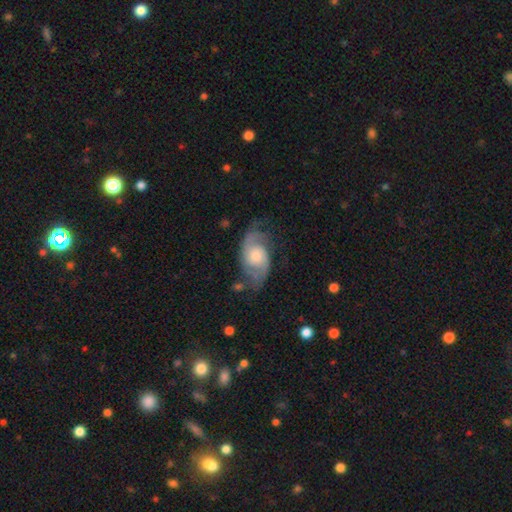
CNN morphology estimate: Smooth or featured? featured or disk (81%)
Edge-on disk? no (97%)
Bar? no (69%)
Spiral arms? yes (94%)
Spiral winding? medium (48%)
Spiral arm count? 2 (88%)
Bulge size? moderate (49%)
Merging? none (65%)